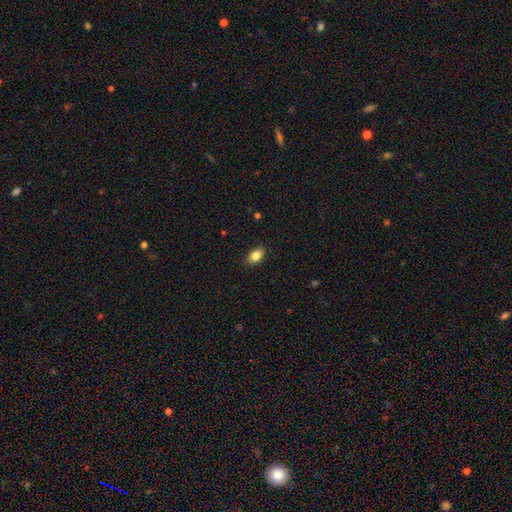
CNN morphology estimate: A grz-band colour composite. It shows a smooth galaxy with no disk features (83%) that is in between round and cigar-shaped (85%). Merging: none (87%).